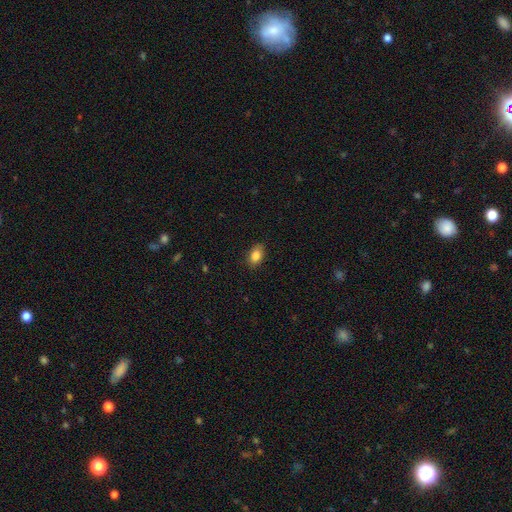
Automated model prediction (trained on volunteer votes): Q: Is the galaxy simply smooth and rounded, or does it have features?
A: smooth — 85%.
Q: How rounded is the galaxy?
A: in between — 86%.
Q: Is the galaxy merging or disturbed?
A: none — 86%.